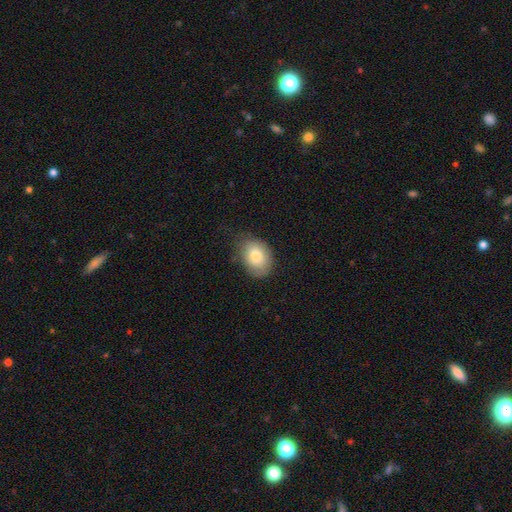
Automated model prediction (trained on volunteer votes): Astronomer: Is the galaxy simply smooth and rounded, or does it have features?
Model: smooth — 82%.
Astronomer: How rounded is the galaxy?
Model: in between — 75%.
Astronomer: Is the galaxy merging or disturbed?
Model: none — 63%.